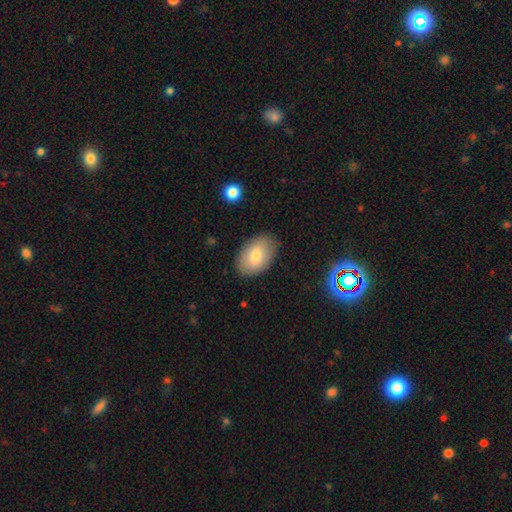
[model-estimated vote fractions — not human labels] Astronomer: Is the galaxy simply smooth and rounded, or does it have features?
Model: smooth — 75%.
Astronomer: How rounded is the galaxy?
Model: in between — 91%.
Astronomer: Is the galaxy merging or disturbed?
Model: none — 84%.